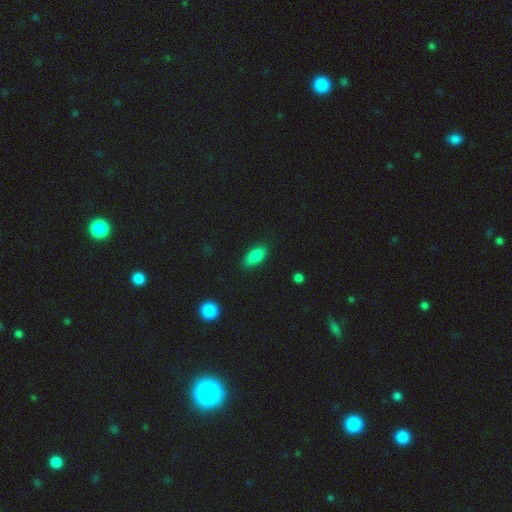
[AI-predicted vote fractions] Q: Smooth or featured?
A: smooth (83%); runner-up: star or artifact (8%)
Q: How rounded?
A: in between (87%); runner-up: cigar-shaped (9%)
Q: Merging?
A: none (80%); runner-up: minor disturbance (15%)